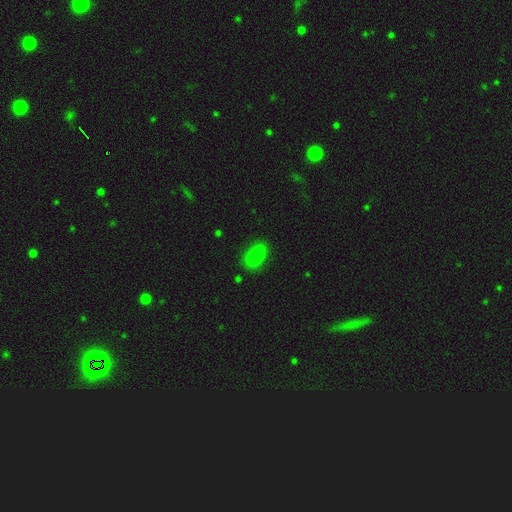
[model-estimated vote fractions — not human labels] Smooth or featured? Predicted: smooth (p=0.82). How rounded? Predicted: in between (p=0.90). Merging? Predicted: none (p=0.82).